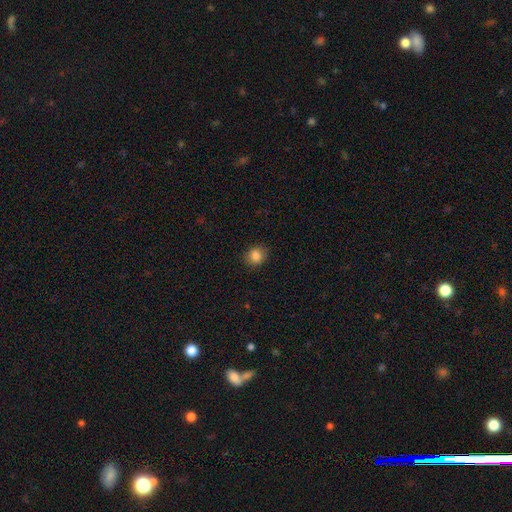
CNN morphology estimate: This is clearly a smooth galaxy (85%). How rounded: likely round (78%). Merging: clearly none (88%).